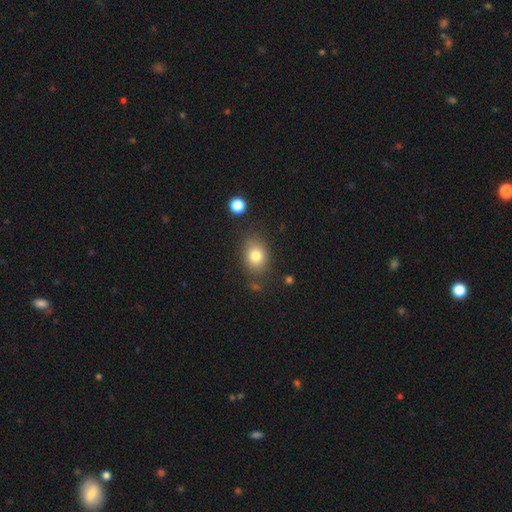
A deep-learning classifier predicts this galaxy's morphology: type=smooth (80%); roundness=in between (60%); merging=none (79%).